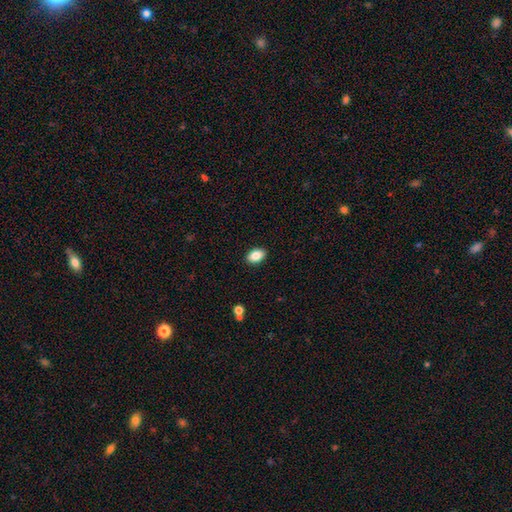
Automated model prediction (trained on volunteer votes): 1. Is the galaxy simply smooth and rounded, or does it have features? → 86% smooth, 8% star or artifact, 6% featured or disk.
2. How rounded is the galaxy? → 88% in between, 11% round, 1% cigar-shaped.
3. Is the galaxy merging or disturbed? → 90% none, 7% minor disturbance, 2% major disturbance, 1% merger.